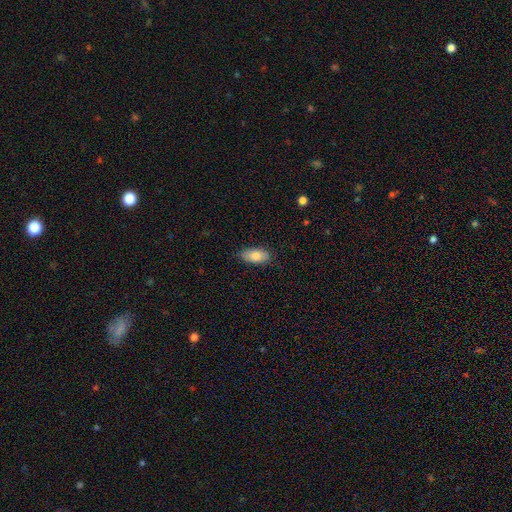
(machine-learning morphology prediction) This is clearly a smooth galaxy (81%). How rounded: clearly in between (90%). Merging: clearly none (81%).